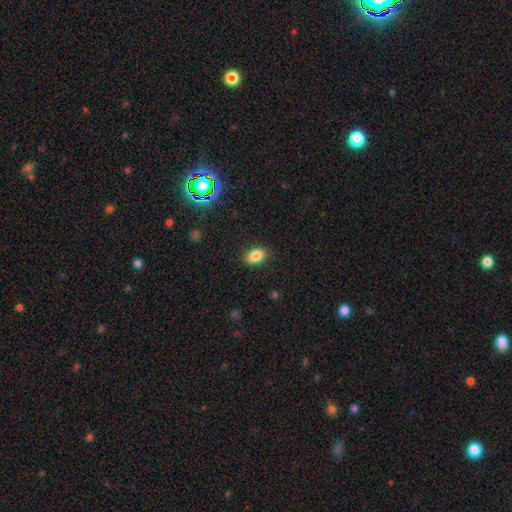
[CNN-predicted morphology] Smooth or featured? smooth (84%)
How rounded? in between (87%)
Merging? none (87%)